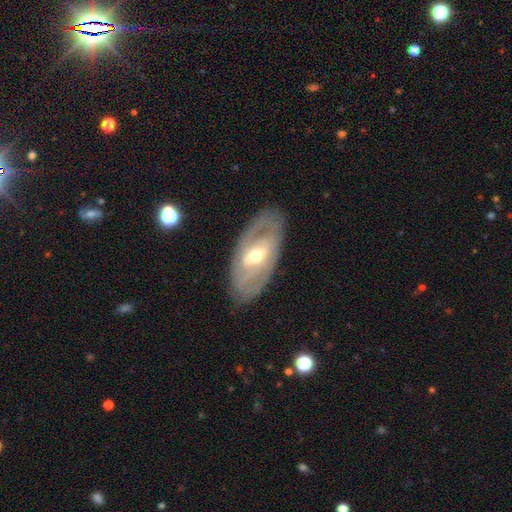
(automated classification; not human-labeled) A featured or disk galaxy (78%) with a weak bar (42%), 2 (46%) tight (59%) spiral arms (74%) and a moderate central bulge (62%). Merging: none (81%).